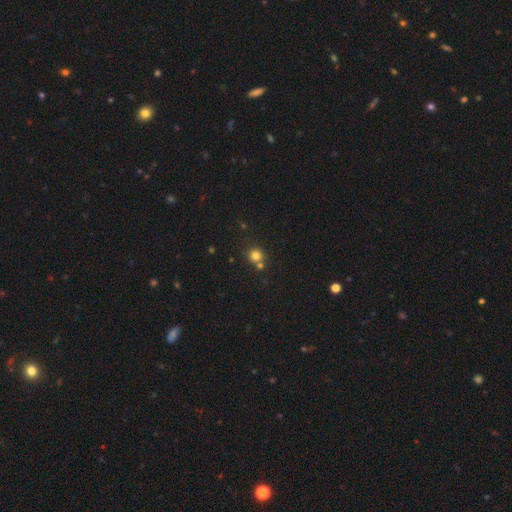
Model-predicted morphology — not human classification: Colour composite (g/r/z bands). It shows a smooth galaxy with no disk features (79%) that is round (89%). Merging: none (63%).